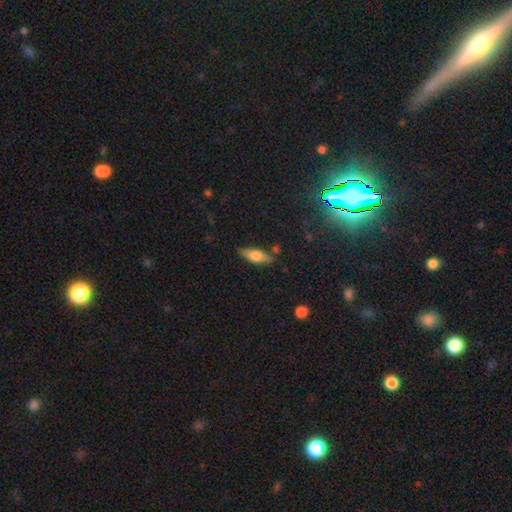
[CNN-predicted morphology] smooth_or_featured: smooth (p=0.62) [alt: featured or disk p=0.31]
how_rounded: in between (p=0.68) [alt: cigar-shaped p=0.29]
merging: none (p=0.79) [alt: minor disturbance p=0.15]